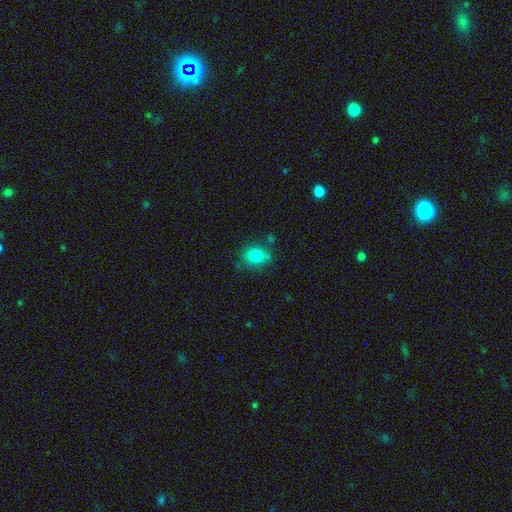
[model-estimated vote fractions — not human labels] Q: Smooth or featured?
A: smooth (82%); runner-up: star or artifact (10%)
Q: How rounded?
A: round (56%); runner-up: in between (43%)
Q: Merging?
A: none (65%); runner-up: minor disturbance (22%)